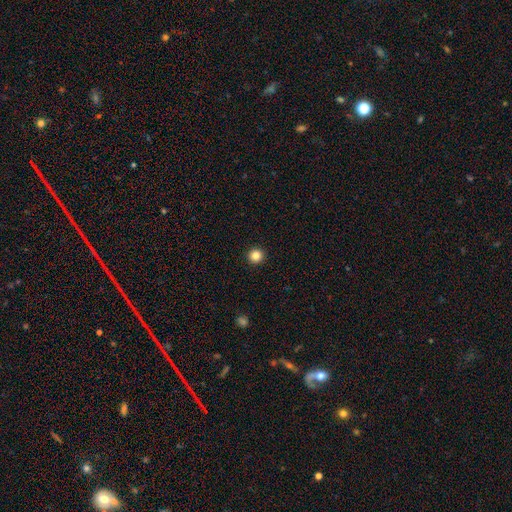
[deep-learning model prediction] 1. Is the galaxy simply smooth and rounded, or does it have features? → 84% smooth, 11% star or artifact, 4% featured or disk.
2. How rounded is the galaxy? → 96% round, 3% in between, 1% cigar-shaped.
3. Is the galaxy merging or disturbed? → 94% none, 4% minor disturbance, 1% major disturbance, 1% merger.